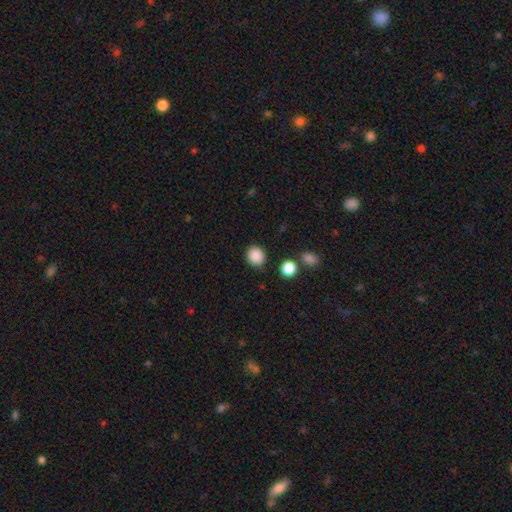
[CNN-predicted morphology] Q: Smooth or featured?
A: smooth (87%); runner-up: star or artifact (9%)
Q: How rounded?
A: round (78%); runner-up: in between (21%)
Q: Merging?
A: none (87%); runner-up: minor disturbance (8%)